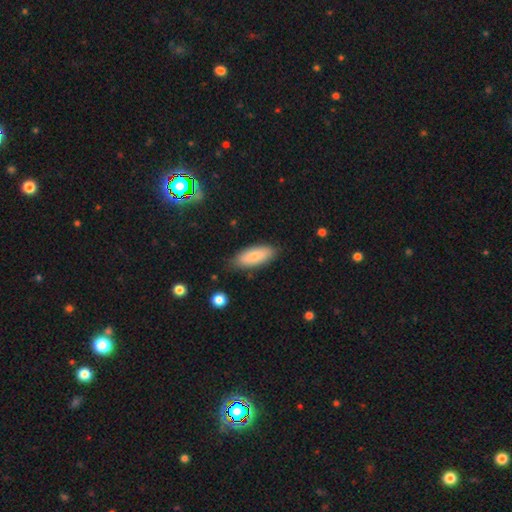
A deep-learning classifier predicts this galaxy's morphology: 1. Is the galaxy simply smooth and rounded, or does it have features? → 80% smooth, 14% featured or disk, 6% star or artifact.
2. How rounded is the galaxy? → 77% in between, 21% cigar-shaped, 2% round.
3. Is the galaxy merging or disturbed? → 80% none, 15% minor disturbance, 3% major disturbance, 2% merger.